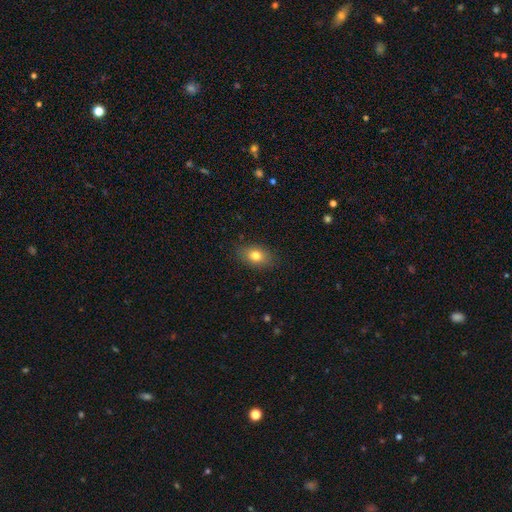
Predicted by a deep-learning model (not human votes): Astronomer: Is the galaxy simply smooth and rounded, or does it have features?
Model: smooth — 79%.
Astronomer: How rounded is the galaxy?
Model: in between — 81%.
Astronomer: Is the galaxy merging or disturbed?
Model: none — 86%.